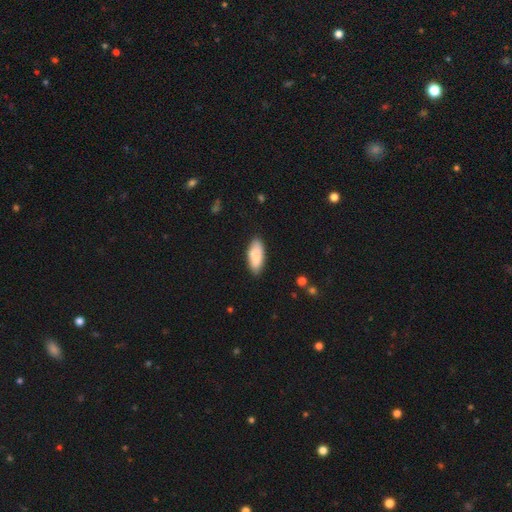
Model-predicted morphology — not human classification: Smooth or featured: smooth — 87% (featured or disk — 8%)
How rounded: in between — 83% (cigar-shaped — 15%)
Merging: none — 85% (minor disturbance — 11%)